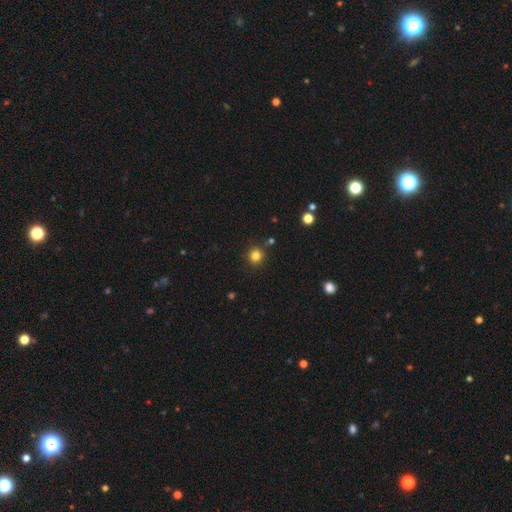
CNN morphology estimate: smooth-or-featured: smooth: 82% | star or artifact: 13% | featured or disk: 5%
  how-rounded: round: 93% | in between: 6% | cigar-shaped: 1%
  merging: none: 88% | minor disturbance: 7% | merger: 3% | major disturbance: 2%